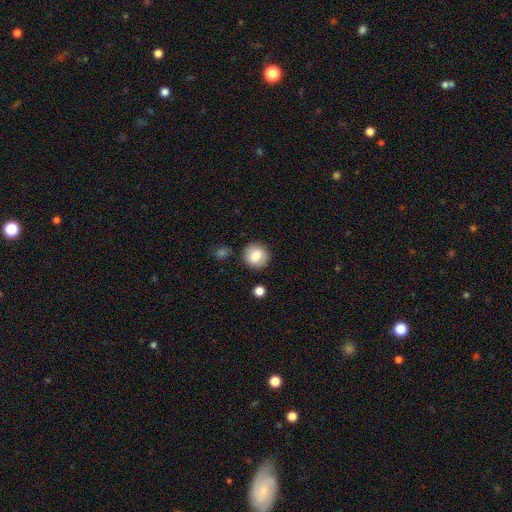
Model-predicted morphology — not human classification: This is clearly a smooth galaxy (81%). How rounded: clearly round (89%). Merging: clearly none (87%).